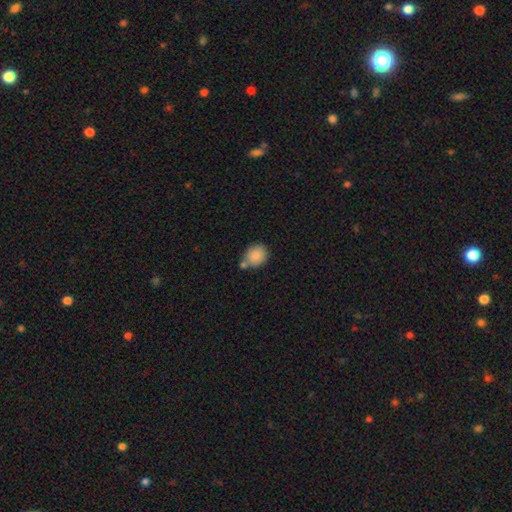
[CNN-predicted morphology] Smooth or featured: smooth — 86% (star or artifact — 8%)
How rounded: round — 75% (in between — 24%)
Merging: none — 63% (merger — 20%)